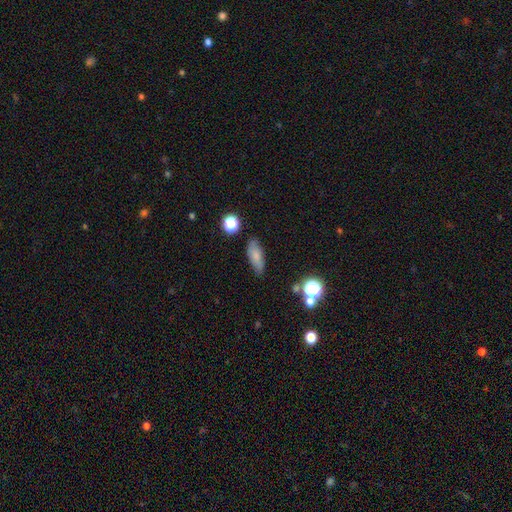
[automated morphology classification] Q: Smooth or featured?
A: smooth (74%); runner-up: featured or disk (15%)
Q: How rounded?
A: in between (69%); runner-up: cigar-shaped (26%)
Q: Merging?
A: none (75%); runner-up: minor disturbance (18%)